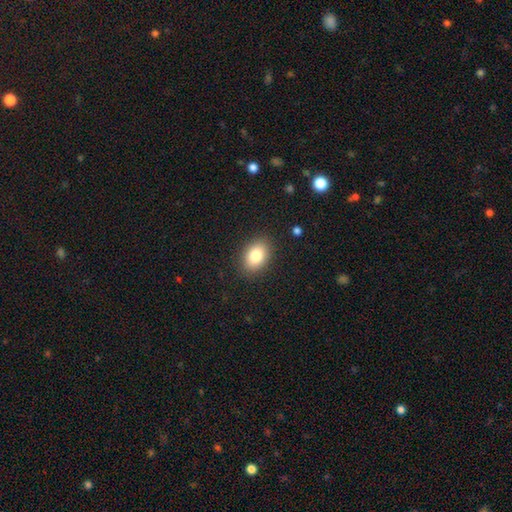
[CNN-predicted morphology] smooth 82%, featured or disk 9%, star or artifact 9%. Down the decision tree: how rounded — in between (80%); merging — none (87%).